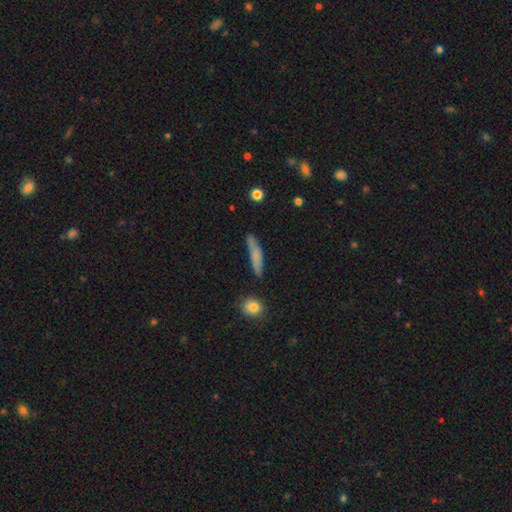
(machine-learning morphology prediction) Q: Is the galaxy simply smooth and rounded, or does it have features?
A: smooth — 67%.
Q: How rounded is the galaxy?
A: cigar-shaped — 84%.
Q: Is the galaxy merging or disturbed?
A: none — 70%.